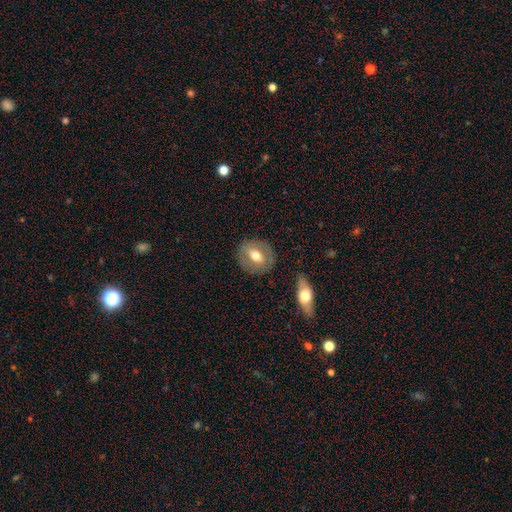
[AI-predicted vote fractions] smooth_or_featured: smooth (p=0.51) [alt: featured or disk p=0.42]
how_rounded: round (p=0.61) [alt: in between p=0.37]
merging: none (p=0.82) [alt: minor disturbance p=0.11]